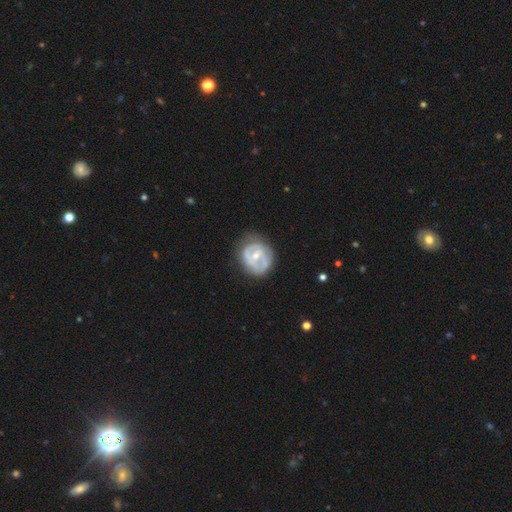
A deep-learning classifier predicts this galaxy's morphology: smooth_or_featured: featured or disk (p=0.65) [alt: smooth p=0.29]
disk_edge_on: no (p=0.97) [alt: yes p=0.03]
bar: no (p=0.48) [alt: weak p=0.35]
has_spiral_arms: no (p=0.57) [alt: yes p=0.43]
bulge_size: moderate (p=0.55) [alt: small p=0.41]
merging: none (p=0.62) [alt: minor disturbance p=0.25]